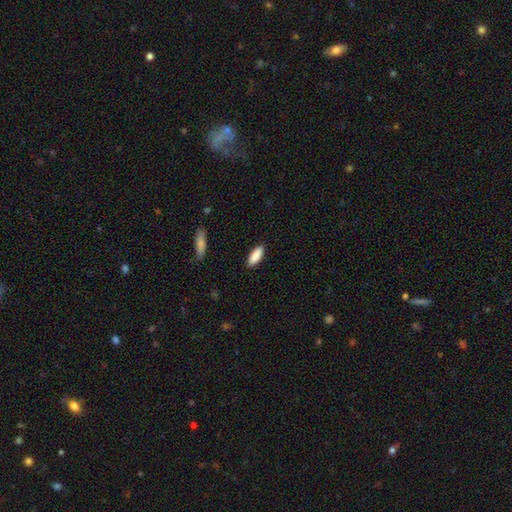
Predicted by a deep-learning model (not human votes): Smooth or featured?
  - smooth: 89% *
  - star or artifact: 6%
  - featured or disk: 5%
How rounded?
  - in between: 64% *
  - cigar-shaped: 34%
  - round: 2%
Merging?
  - none: 88% *
  - minor disturbance: 9%
  - major disturbance: 2%
  - merger: 1%